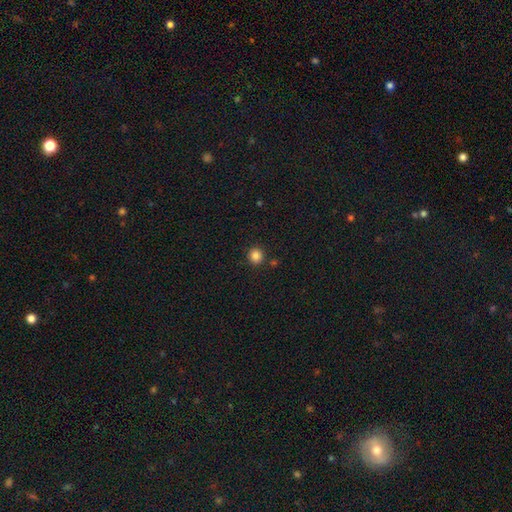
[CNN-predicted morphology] Smooth or featured? smooth (85%)
How rounded? round (91%)
Merging? none (87%)